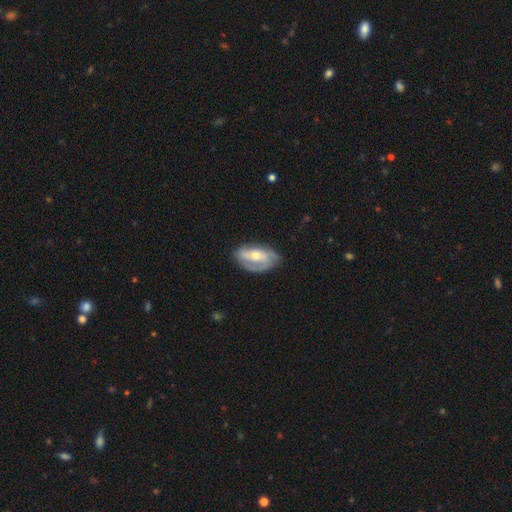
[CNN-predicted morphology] type=featured or disk (63%); edge-on=no (92%); bar=no (56%); spiral arms=yes (70%); bulge=moderate (56%); merging=none (60%).